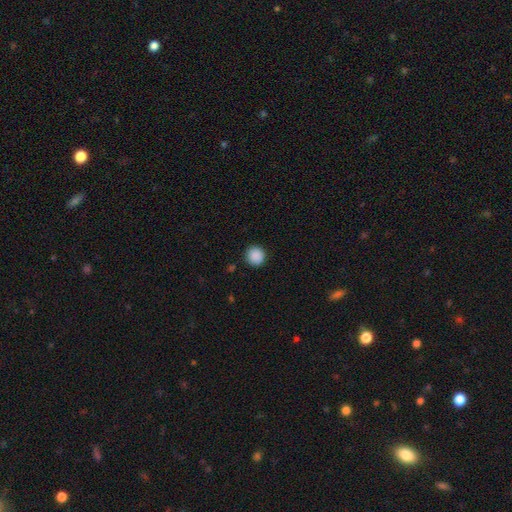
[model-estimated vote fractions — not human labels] smooth_or_featured: smooth (p=0.89) [alt: star or artifact p=0.09]
how_rounded: round (p=0.93) [alt: in between p=0.06]
merging: none (p=0.91) [alt: minor disturbance p=0.06]